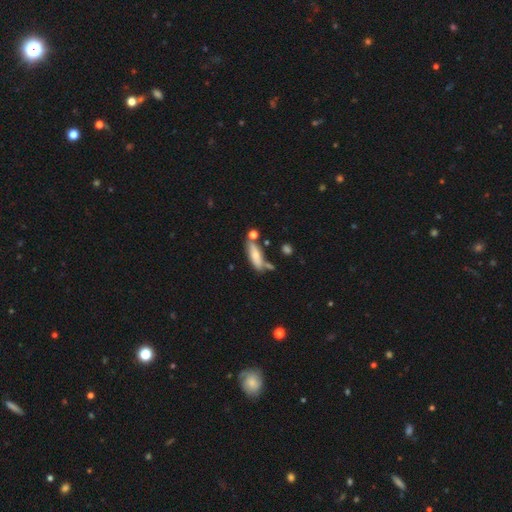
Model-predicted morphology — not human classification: The model was most divided on "how rounded": in between: 52%, cigar-shaped: 45%, round: 2%. More confident: smooth or featured — smooth (70%); merging — none (60%).